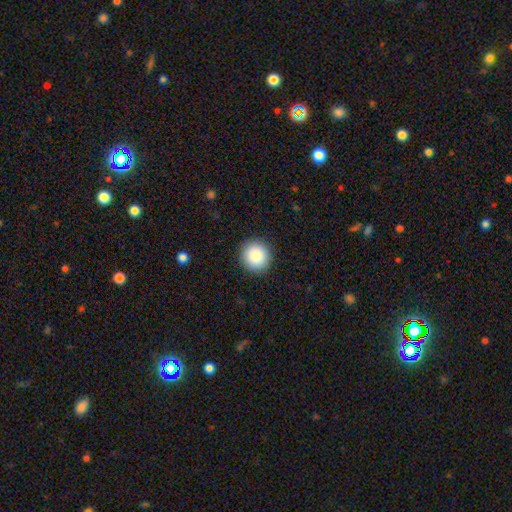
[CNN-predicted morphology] smooth 88%, star or artifact 8%, featured or disk 4%. Down the decision tree: how rounded — round (94%); merging — none (91%).